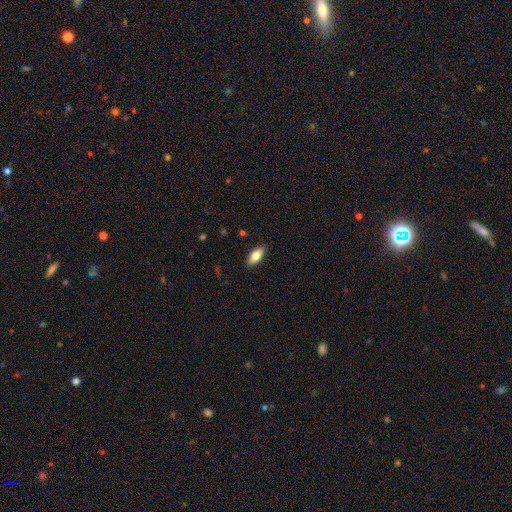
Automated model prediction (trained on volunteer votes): Smooth or featured: smooth — 75% (featured or disk — 18%)
How rounded: in between — 85% (cigar-shaped — 12%)
Merging: none — 89% (minor disturbance — 9%)